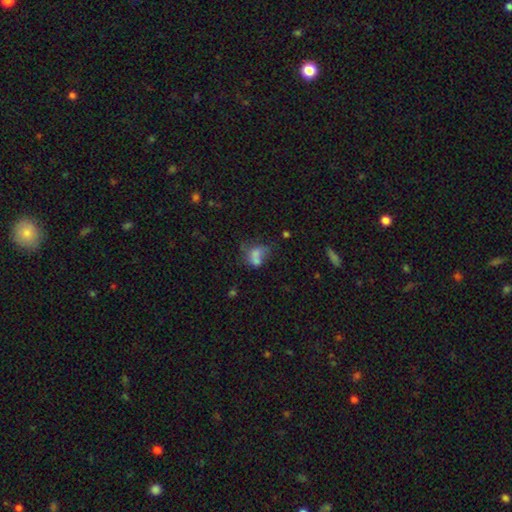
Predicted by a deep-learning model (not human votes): The model was most divided on "merging": merger: 49%, none: 21%, major disturbance: 16%, minor disturbance: 14%. More confident: how rounded — in between (65%); smooth or featured — smooth (64%).